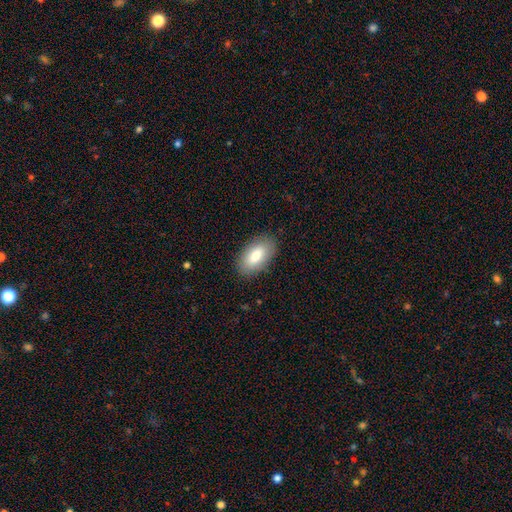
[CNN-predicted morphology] type=smooth (80%); roundness=in between (94%); merging=none (87%).